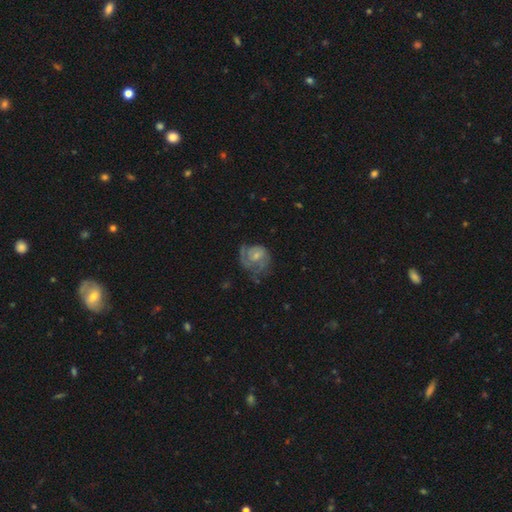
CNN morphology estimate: Q: Smooth or featured?
A: featured or disk (68%); runner-up: smooth (25%)
Q: Edge-on disk?
A: no (98%); runner-up: yes (2%)
Q: Bar?
A: no (61%); runner-up: weak (34%)
Q: Spiral arms?
A: yes (83%); runner-up: no (17%)
Q: Spiral winding?
A: tight (49%); runner-up: medium (35%)
Q: Spiral arm count?
A: 2 (39%); runner-up: can't tell (25%)
Q: Bulge size?
A: small (51%); runner-up: moderate (34%)
Q: Merging?
A: none (42%); runner-up: major disturbance (30%)